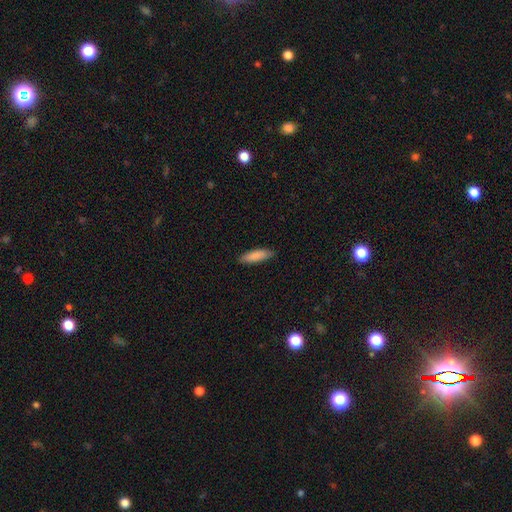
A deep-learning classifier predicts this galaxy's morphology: Overall: smooth (86%). How rounded: cigar-shaped (57%; in between 42%). Merging: none (86%).